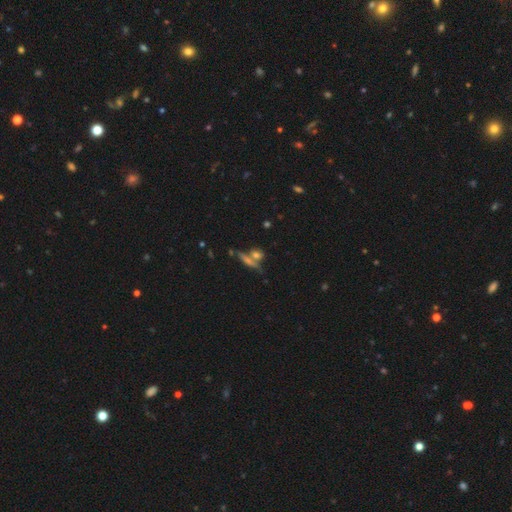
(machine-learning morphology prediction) smooth_or_featured: smooth (p=0.53) [alt: featured or disk p=0.31]
how_rounded: cigar-shaped (p=0.39) [alt: in between p=0.33]
merging: none (p=0.55) [alt: merger p=0.32]